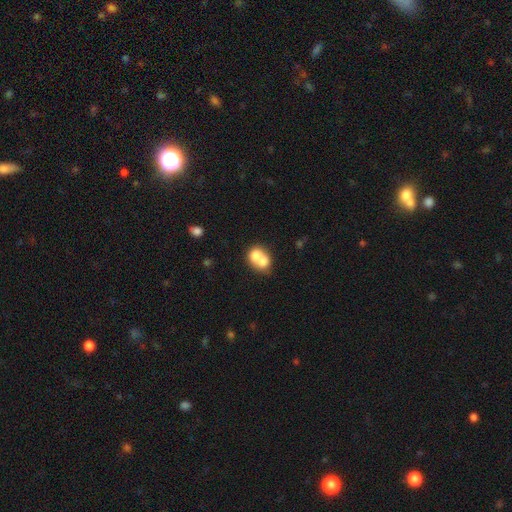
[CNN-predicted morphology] Q: Smooth or featured?
A: smooth (68%); runner-up: featured or disk (23%)
Q: How rounded?
A: round (55%); runner-up: in between (44%)
Q: Merging?
A: merger (71%); runner-up: none (20%)